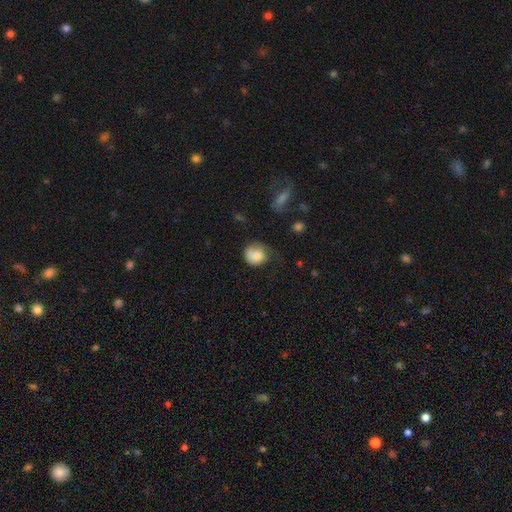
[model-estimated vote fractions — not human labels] The model was most divided on "merging": none: 47%, minor disturbance: 34%, major disturbance: 17%, merger: 3%. More confident: smooth or featured — smooth (79%); how rounded — round (77%).